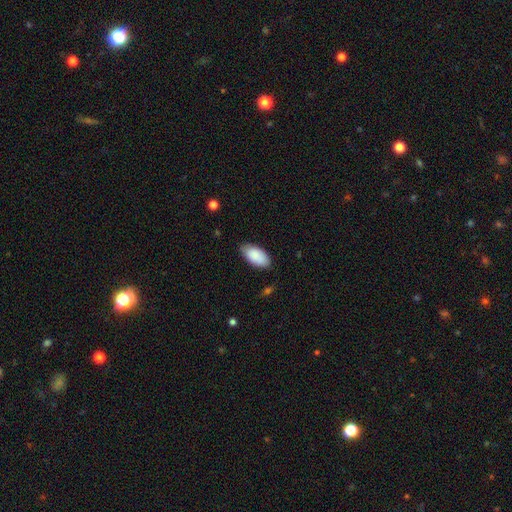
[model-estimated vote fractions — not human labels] Overall: smooth (88%). How rounded: in between (95%). Merging: none (78%).